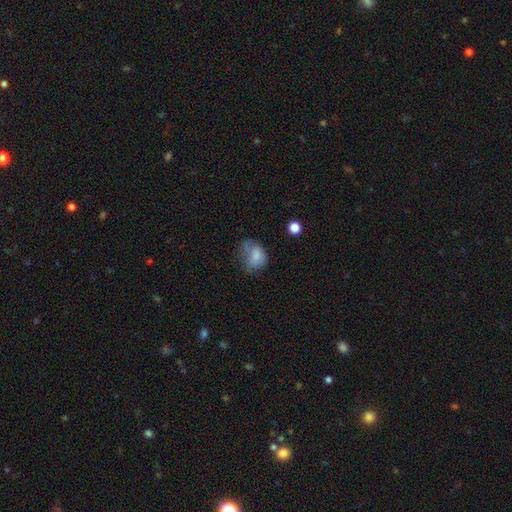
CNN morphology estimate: The model was most divided on "merging": none: 37%, minor disturbance: 34%, major disturbance: 25%, merger: 4%. More confident: smooth or featured — smooth (75%); how rounded — in between (64%).